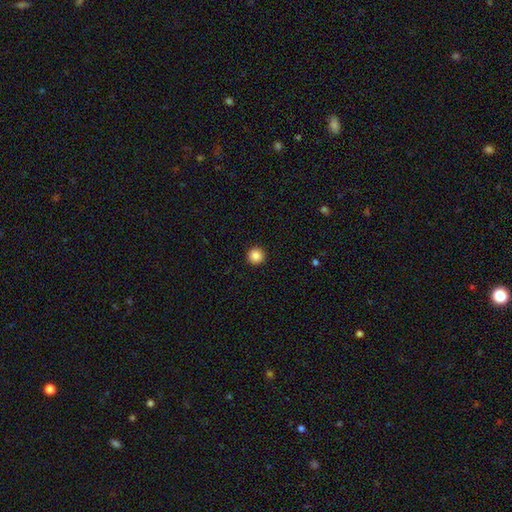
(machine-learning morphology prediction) Smooth or featured: smooth — 87% (star or artifact — 10%)
How rounded: round — 96% (in between — 3%)
Merging: none — 93% (minor disturbance — 4%)